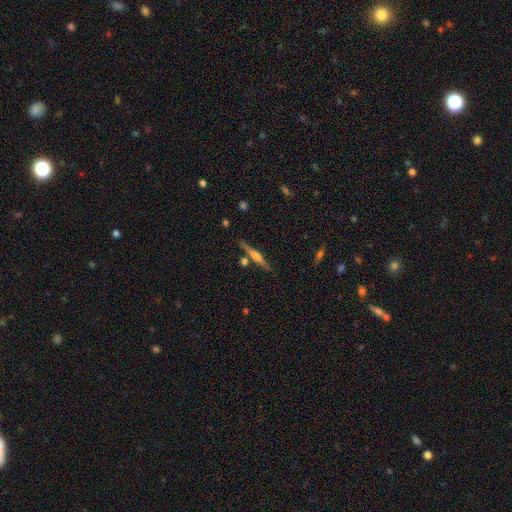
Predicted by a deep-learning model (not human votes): Smooth or featured?
  - featured or disk: 67% *
  - smooth: 27%
  - star or artifact: 7%
Edge-on disk?
  - yes: 97% *
  - no: 3%
Edge-on bulge?
  - rounded: 79% *
  - boxy: 11%
  - none: 10%
Merging?
  - none: 82% *
  - minor disturbance: 10%
  - merger: 6%
  - major disturbance: 2%